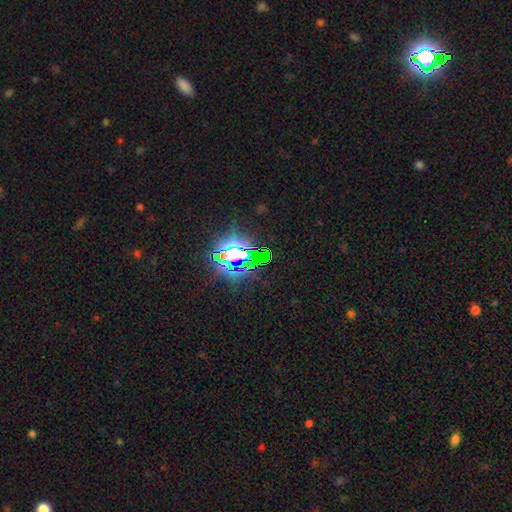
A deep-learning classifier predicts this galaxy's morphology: A star or artifact, not a galaxy (84%).